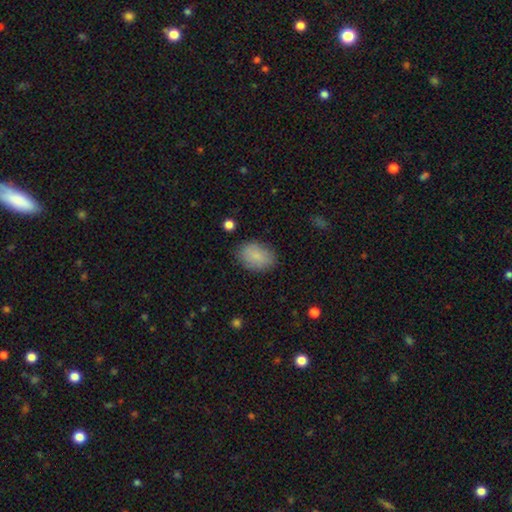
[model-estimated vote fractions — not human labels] Smooth or featured?
  - smooth: 85% *
  - star or artifact: 7%
  - featured or disk: 7%
How rounded?
  - in between: 77% *
  - round: 22%
  - cigar-shaped: 1%
Merging?
  - none: 82% *
  - minor disturbance: 13%
  - major disturbance: 3%
  - merger: 1%